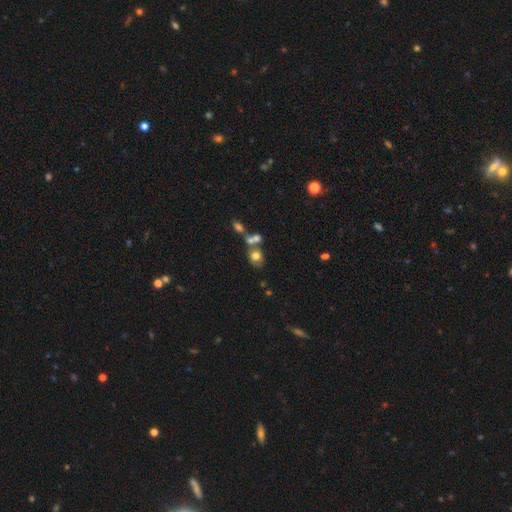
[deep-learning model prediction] Smooth or featured?
  - smooth: 67% *
  - featured or disk: 21%
  - star or artifact: 12%
How rounded?
  - round: 58% *
  - in between: 41%
  - cigar-shaped: 1%
Merging?
  - merger: 45% *
  - none: 37%
  - minor disturbance: 11%
  - major disturbance: 7%